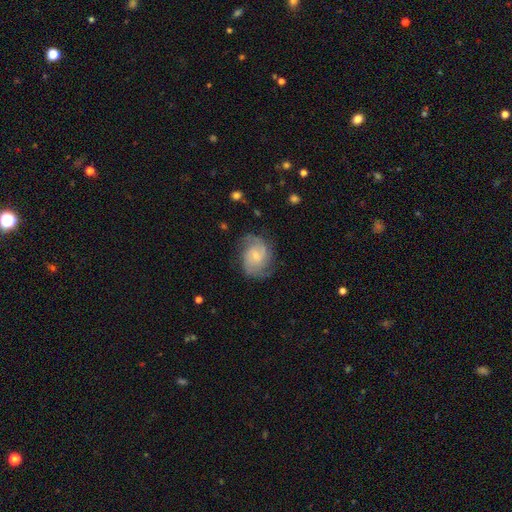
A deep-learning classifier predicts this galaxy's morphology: smooth-or-featured: featured or disk: 78% | smooth: 16% | star or artifact: 6%
  disk-edge-on: no: 98% | yes: 2%
    bar: no: 56% | weak: 38% | strong: 5%
    has-spiral-arms: yes: 95% | no: 5%
      spiral-winding: medium: 47% | tight: 34% | loose: 18%
      spiral-arm-count: 2: 63% | can't tell: 14% | 3: 13% | 1: 4% | 4: 3% | more than 4: 3%
    bulge-size: small: 64% | moderate: 27% | none: 6% | large: 2% | dominant: 1%
  merging: none: 70% | minor disturbance: 19% | major disturbance: 9% | merger: 1%